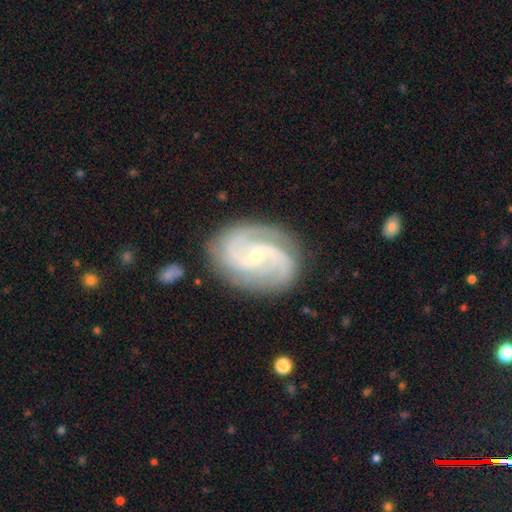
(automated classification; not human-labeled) smooth-or-featured: featured or disk: 90% | smooth: 5% | star or artifact: 5%
  disk-edge-on: no: 98% | yes: 2%
    bar: no: 52% | weak: 38% | strong: 10%
    has-spiral-arms: yes: 98% | no: 2%
      spiral-winding: medium: 51% | tight: 34% | loose: 15%
      spiral-arm-count: 2: 60% | 3: 19% | can't tell: 9% | 4: 5% | 1: 4% | more than 4: 4%
    bulge-size: small: 81% | moderate: 15% | none: 2% | large: 1% | dominant: 1%
  merging: none: 80% | minor disturbance: 14% | major disturbance: 4% | merger: 2%